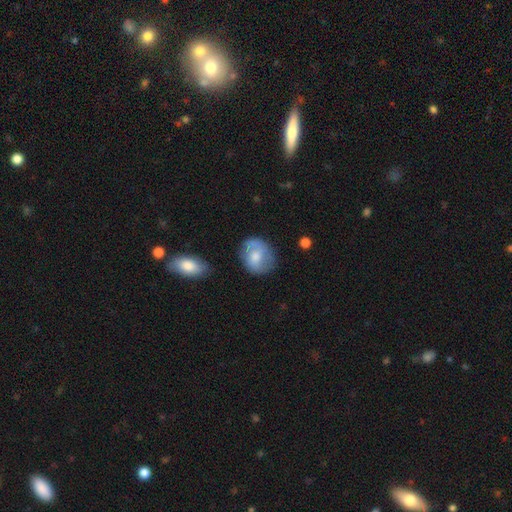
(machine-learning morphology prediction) smooth-or-featured: smooth: 59% | featured or disk: 35% | star or artifact: 7%
  how-rounded: round: 60% | in between: 38% | cigar-shaped: 1%
  merging: none: 66% | minor disturbance: 23% | major disturbance: 8% | merger: 3%